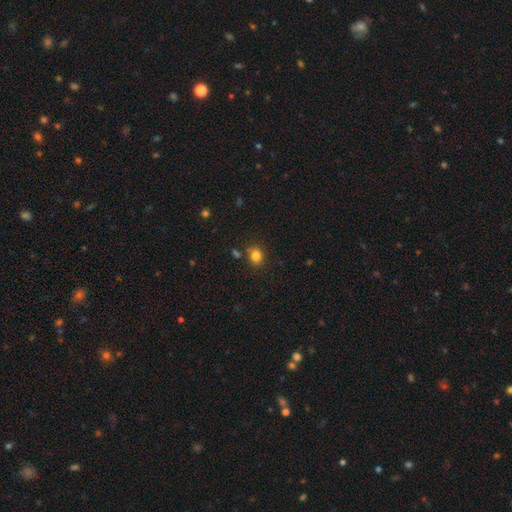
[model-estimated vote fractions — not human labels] Overall: smooth (82%). How rounded: round (63%; in between 36%). Merging: none (82%).